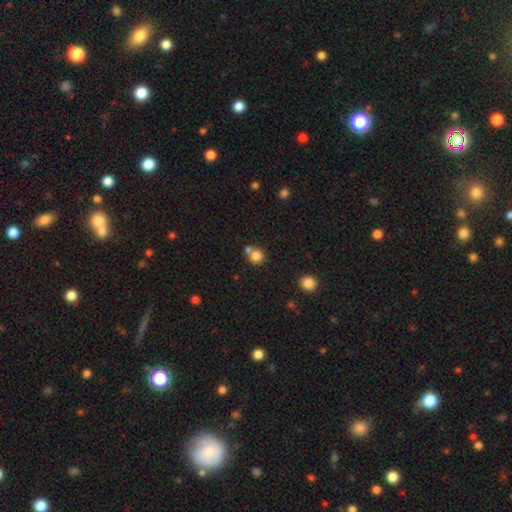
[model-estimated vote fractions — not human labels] This appears to be a smooth galaxy with no disk features (81%) that is round (89%). Merging: none (56%).